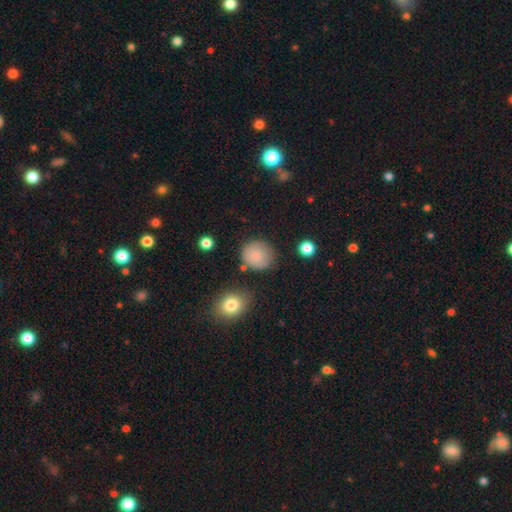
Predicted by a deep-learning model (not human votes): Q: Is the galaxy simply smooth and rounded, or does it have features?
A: smooth — 81%.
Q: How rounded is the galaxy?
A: round — 85%.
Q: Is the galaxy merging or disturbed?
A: none — 76%.